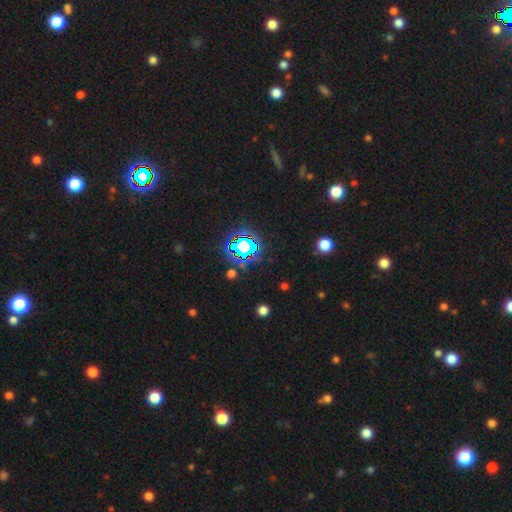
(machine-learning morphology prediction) type=star or artifact (80%).